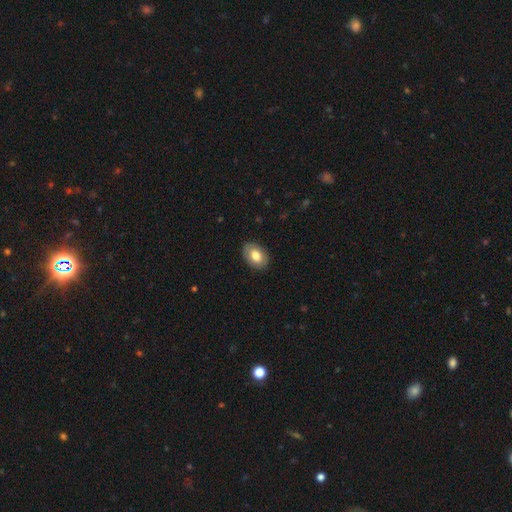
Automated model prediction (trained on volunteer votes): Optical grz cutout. It shows a smooth galaxy with no disk features (75%) that is in between round and cigar-shaped (83%). Merging: none (86%).